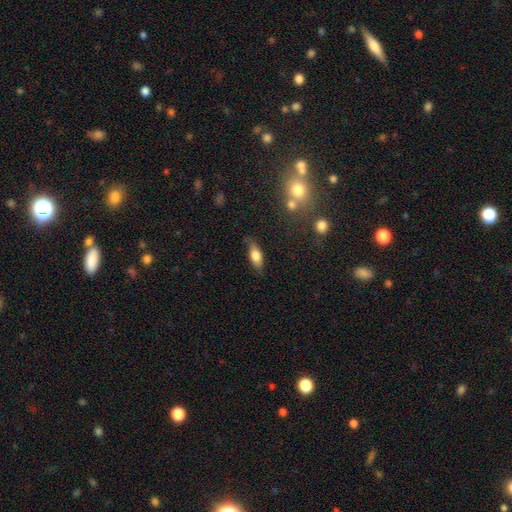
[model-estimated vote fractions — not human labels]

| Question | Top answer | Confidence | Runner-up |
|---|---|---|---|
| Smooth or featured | smooth | 75% | featured or disk (17%) |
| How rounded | in between | 77% | cigar-shaped (19%) |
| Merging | none | 75% | minor disturbance (18%) |